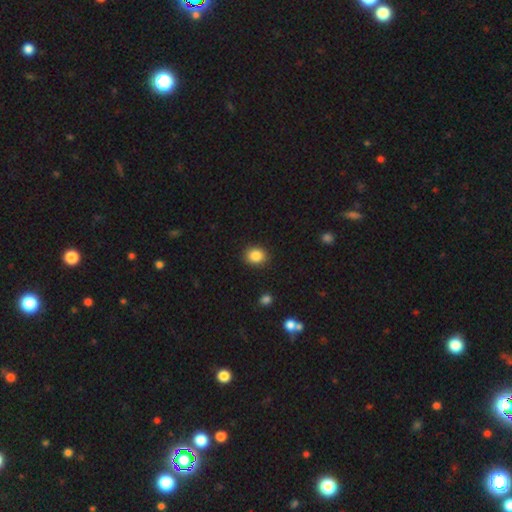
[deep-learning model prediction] Q: Smooth or featured?
A: smooth (87%); runner-up: star or artifact (9%)
Q: How rounded?
A: round (66%); runner-up: in between (33%)
Q: Merging?
A: none (89%); runner-up: minor disturbance (7%)